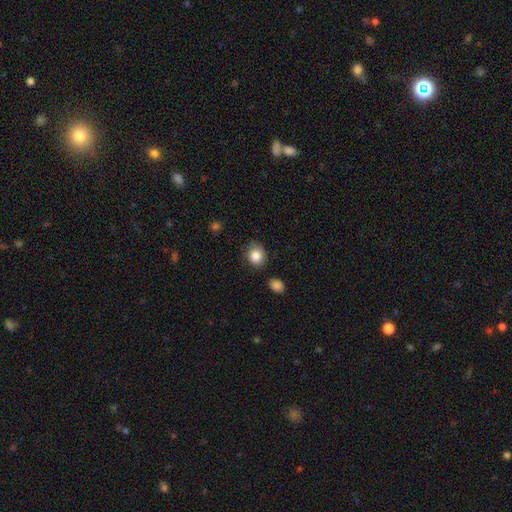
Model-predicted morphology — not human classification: The model was most divided on "how rounded": round: 64%, in between: 36%, cigar-shaped: 1%. More confident: smooth or featured — smooth (84%); merging — none (76%).